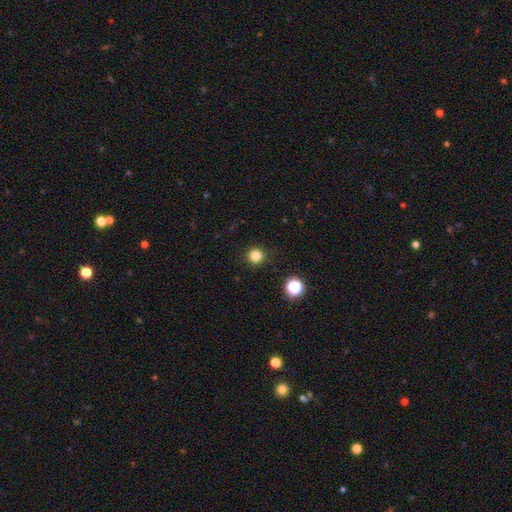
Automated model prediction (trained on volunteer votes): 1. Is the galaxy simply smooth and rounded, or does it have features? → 82% smooth, 14% star or artifact, 4% featured or disk.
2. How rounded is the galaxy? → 95% round, 4% in between, 1% cigar-shaped.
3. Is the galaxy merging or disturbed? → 91% none, 6% minor disturbance, 2% major disturbance, 1% merger.